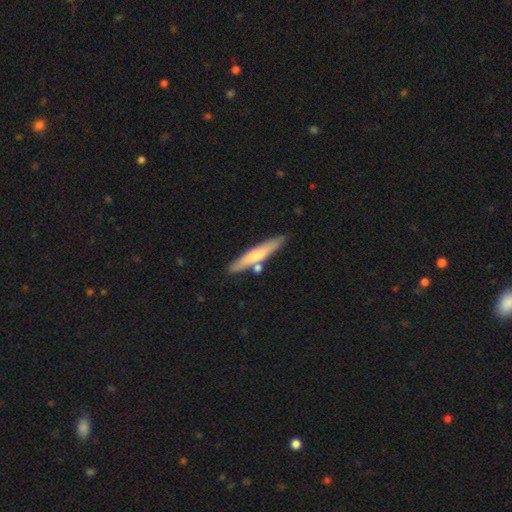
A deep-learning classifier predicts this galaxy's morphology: Smooth or featured? smooth (56%)
How rounded? cigar-shaped (90%)
Merging? none (78%)